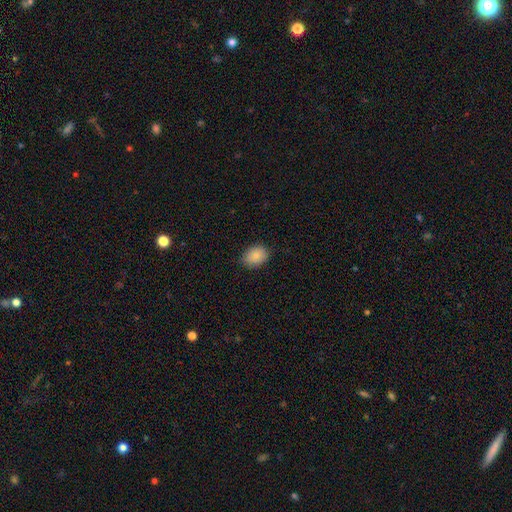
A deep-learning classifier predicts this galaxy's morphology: A smooth galaxy with no disk features (86%) that is in between round and cigar-shaped (71%). Merging: none (82%).